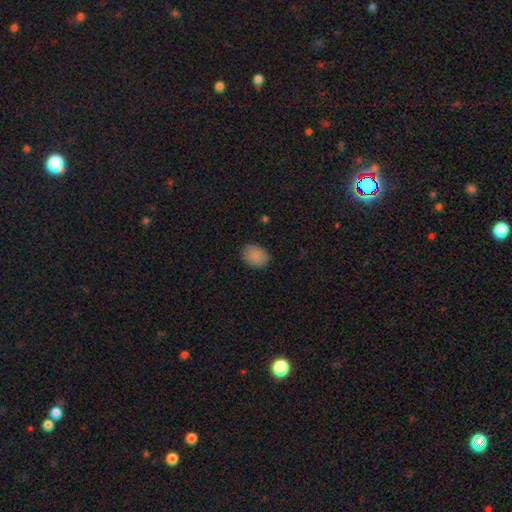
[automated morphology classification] Smooth or featured: smooth — 88% (star or artifact — 8%)
How rounded: in between — 60% (round — 39%)
Merging: none — 88% (minor disturbance — 9%)